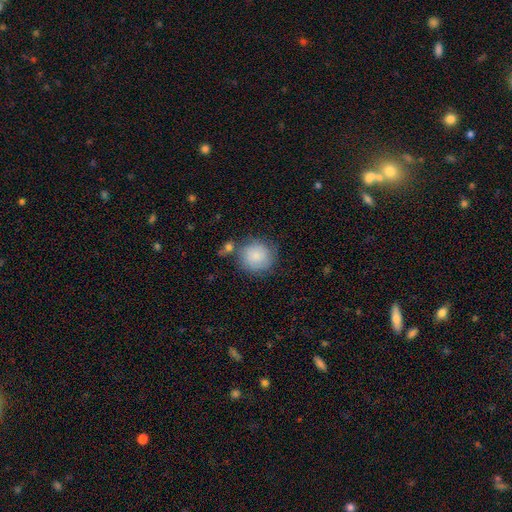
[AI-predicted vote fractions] smooth_or_featured: smooth (p=0.83) [alt: featured or disk p=0.10]
how_rounded: round (p=0.92) [alt: in between p=0.07]
merging: none (p=0.70) [alt: minor disturbance p=0.16]